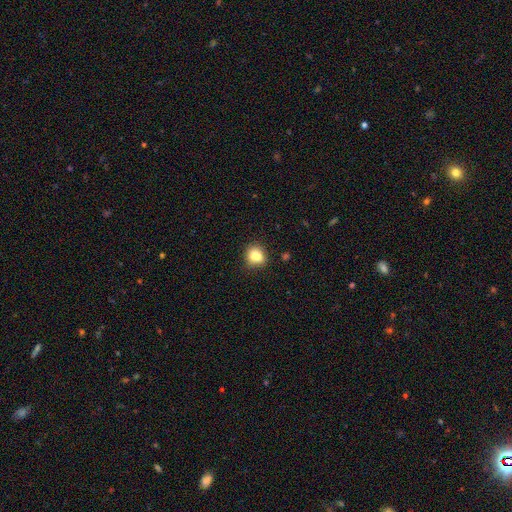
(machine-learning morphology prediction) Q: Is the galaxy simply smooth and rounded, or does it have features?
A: smooth — 81%.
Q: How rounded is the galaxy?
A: round — 61%.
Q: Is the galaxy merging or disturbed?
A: none — 67%.